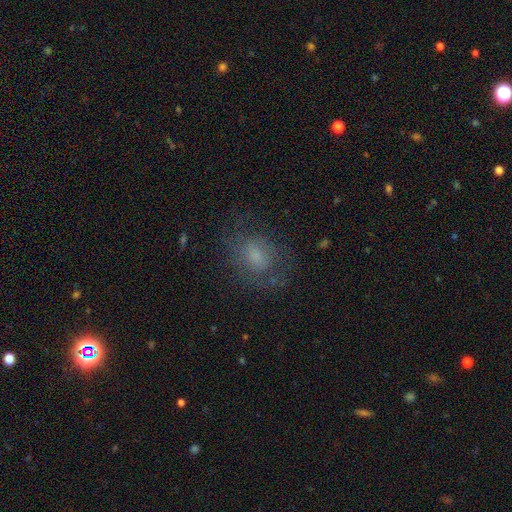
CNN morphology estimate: smooth 52%, featured or disk 33%, star or artifact 14%. Down the decision tree: how rounded — in between (53%); merging — none (65%).